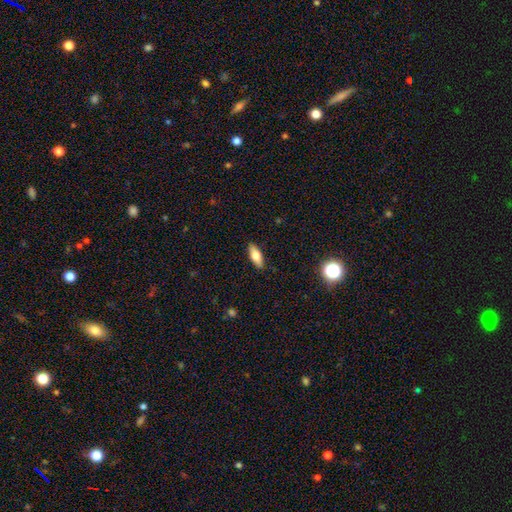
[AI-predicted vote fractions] A smooth galaxy with no disk features (69%) that is in between round and cigar-shaped (74%). Merging: none (89%).